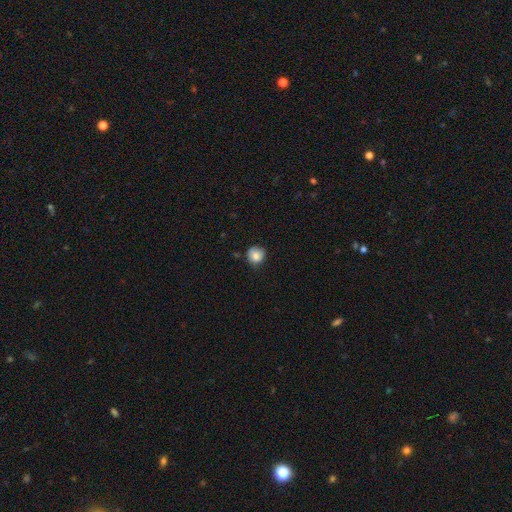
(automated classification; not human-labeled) Morphology: type=smooth (83%); roundness=round (88%); merging=none (73%).